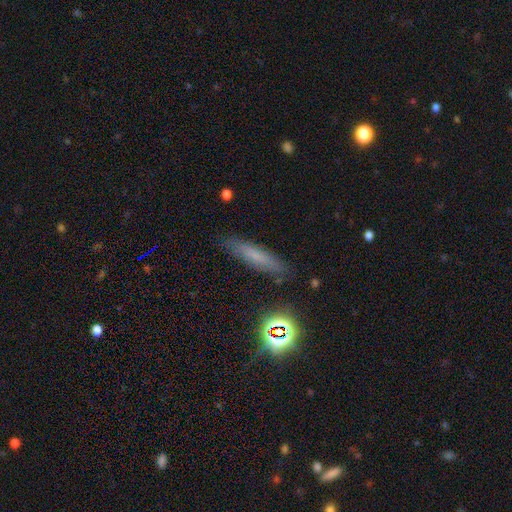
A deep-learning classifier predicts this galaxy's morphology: Overall: smooth (62%; featured or disk 22%). How rounded: cigar-shaped (83%). Merging: none (84%).